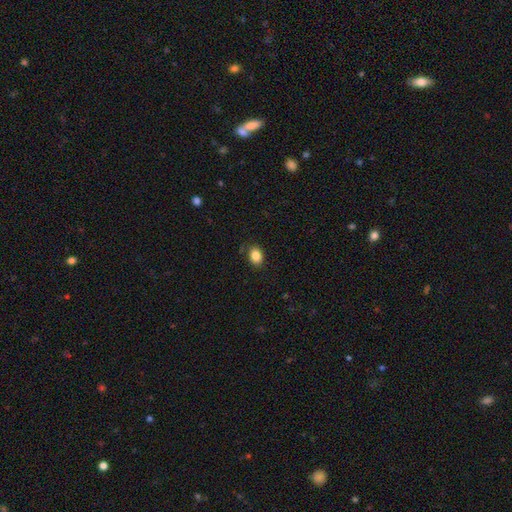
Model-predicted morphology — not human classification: Smooth or featured: smooth — 86% (star or artifact — 9%)
How rounded: in between — 72% (round — 27%)
Merging: none — 84% (minor disturbance — 12%)